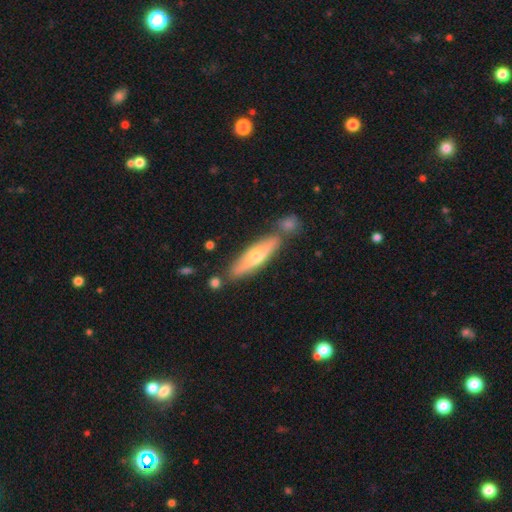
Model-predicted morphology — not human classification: The model was most divided on "smooth or featured": featured or disk: 50%, smooth: 44%, star or artifact: 6%. More confident: edge-on disk — yes (84%); merging — none (71%).